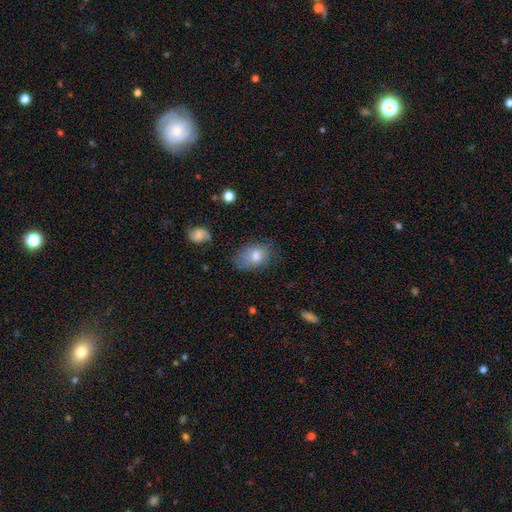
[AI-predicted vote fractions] This appears to be a smooth galaxy with no disk features (75%) that is in between round and cigar-shaped (81%). Merging: none (56%).